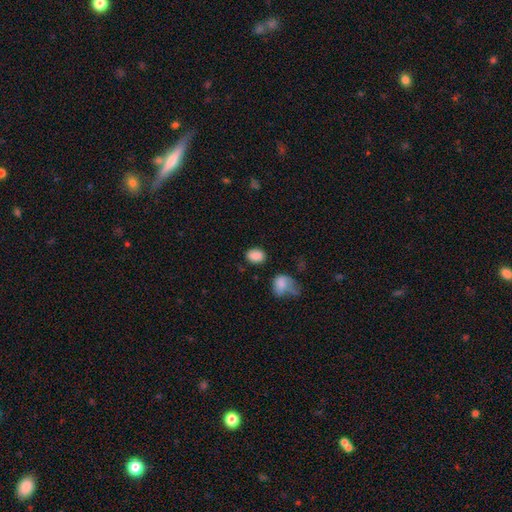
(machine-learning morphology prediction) Overall: smooth (86%). How rounded: in between (70%). Merging: none (75%).